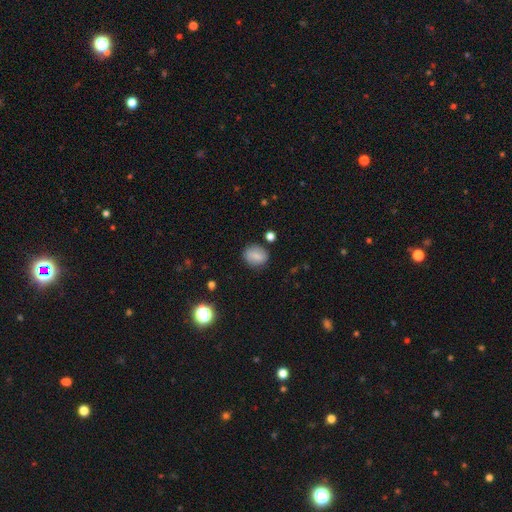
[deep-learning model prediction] Smooth or featured?
  - smooth: 76% *
  - featured or disk: 14%
  - star or artifact: 10%
How rounded?
  - round: 55% *
  - in between: 44%
  - cigar-shaped: 1%
Merging?
  - none: 80% *
  - minor disturbance: 13%
  - major disturbance: 4%
  - merger: 3%